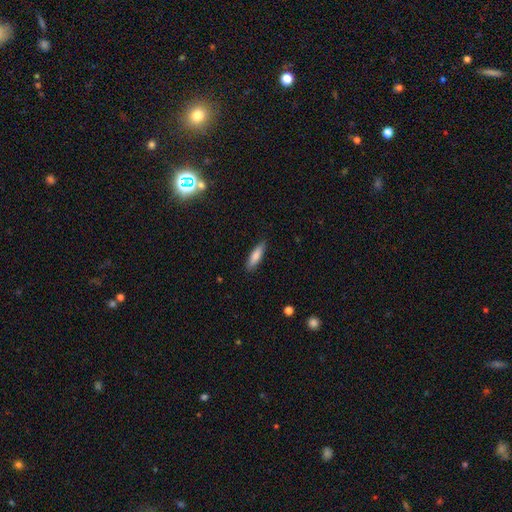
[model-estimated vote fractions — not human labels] This is clearly a smooth galaxy (82%). How rounded: possibly cigar-shaped (60%). Merging: clearly none (86%).